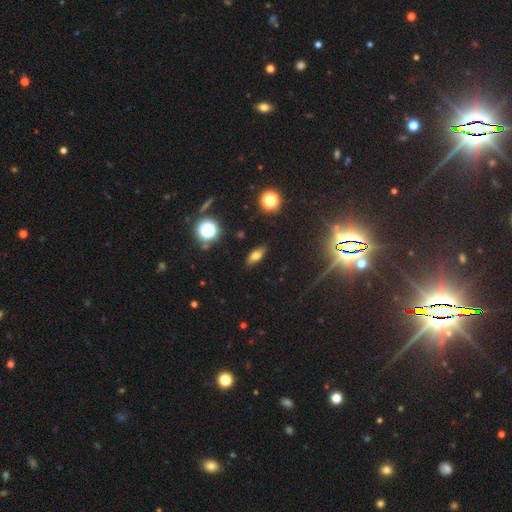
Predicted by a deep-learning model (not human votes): Smooth or featured?
  - smooth: 66% *
  - featured or disk: 19%
  - star or artifact: 15%
How rounded?
  - in between: 76% *
  - cigar-shaped: 17%
  - round: 7%
Merging?
  - none: 87% *
  - minor disturbance: 9%
  - major disturbance: 2%
  - merger: 1%